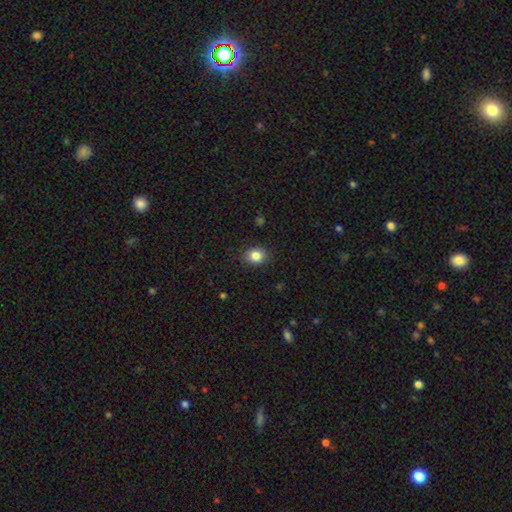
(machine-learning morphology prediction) smooth_or_featured: smooth (p=0.84) [alt: star or artifact p=0.10]
how_rounded: round (p=0.55) [alt: in between p=0.44]
merging: none (p=0.88) [alt: minor disturbance p=0.09]